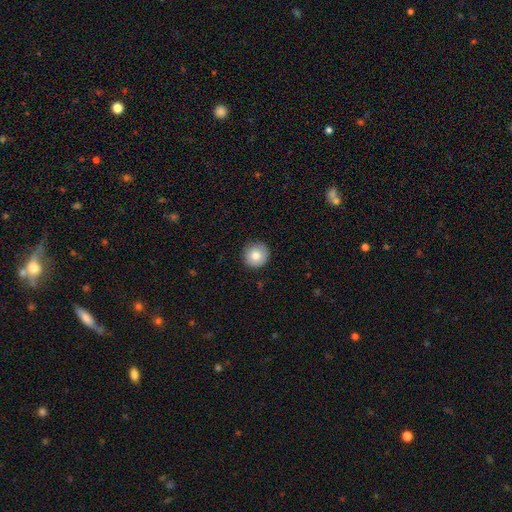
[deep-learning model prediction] This appears to be a smooth galaxy with no disk features (80%) that is round (95%). Merging: none (90%).